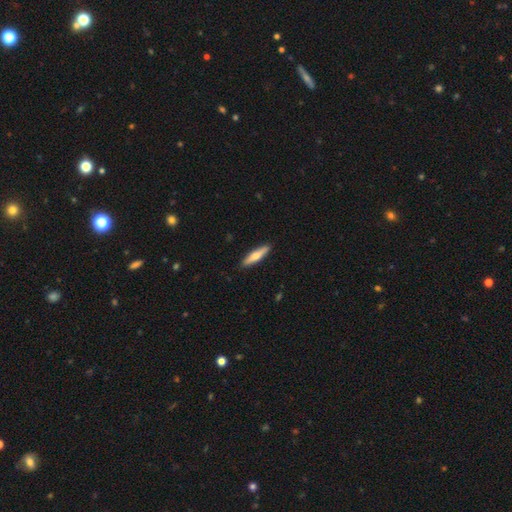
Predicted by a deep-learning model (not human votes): Overall: smooth (59%; featured or disk 36%). How rounded: cigar-shaped (82%). Merging: none (90%).